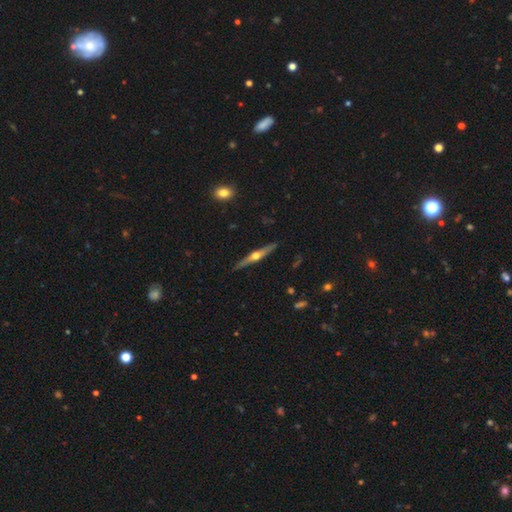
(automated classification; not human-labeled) Morphology: type=featured or disk (78%); edge-on=yes (98%); edge-on bulge=rounded (95%); merging=none (90%).